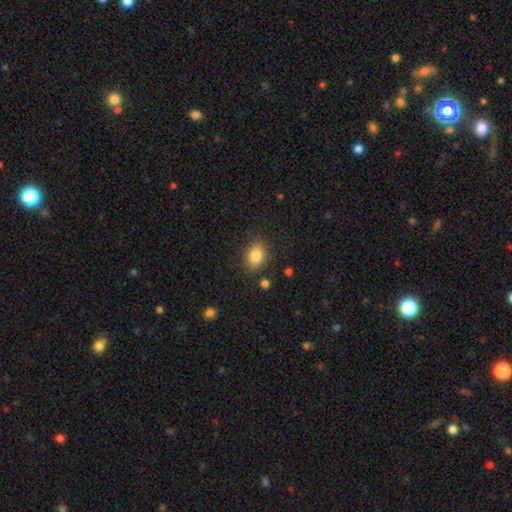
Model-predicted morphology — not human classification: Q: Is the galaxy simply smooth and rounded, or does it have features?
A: smooth — 84%.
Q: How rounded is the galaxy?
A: in between — 77%.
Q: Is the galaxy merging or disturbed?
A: none — 83%.